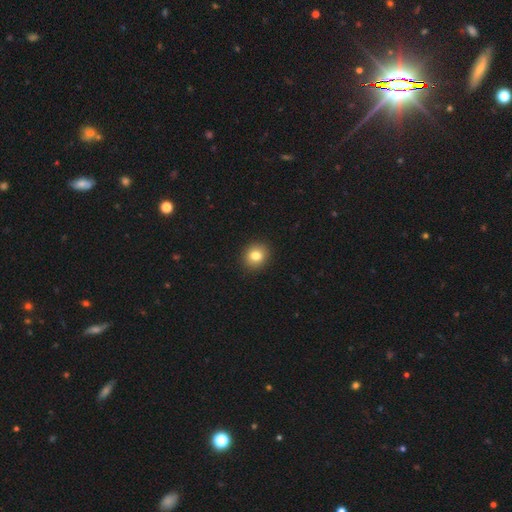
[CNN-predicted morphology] Smooth or featured? Predicted: smooth (p=0.82). How rounded? Predicted: round (p=0.79). Merging? Predicted: none (p=0.92).